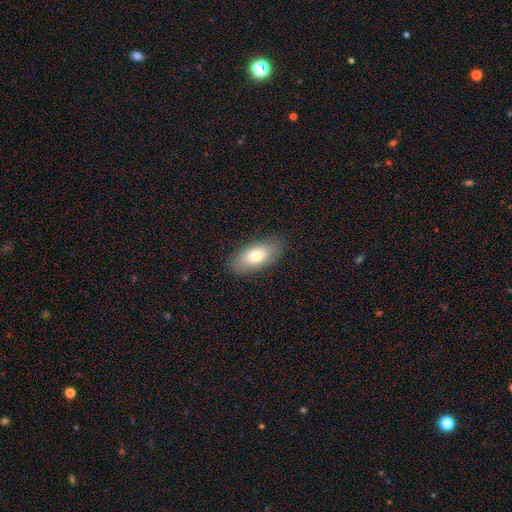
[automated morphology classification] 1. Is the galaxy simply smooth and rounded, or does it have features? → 75% smooth, 18% featured or disk, 7% star or artifact.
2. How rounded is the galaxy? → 87% in between, 10% cigar-shaped, 3% round.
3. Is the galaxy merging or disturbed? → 85% none, 11% minor disturbance, 3% major disturbance, 1% merger.